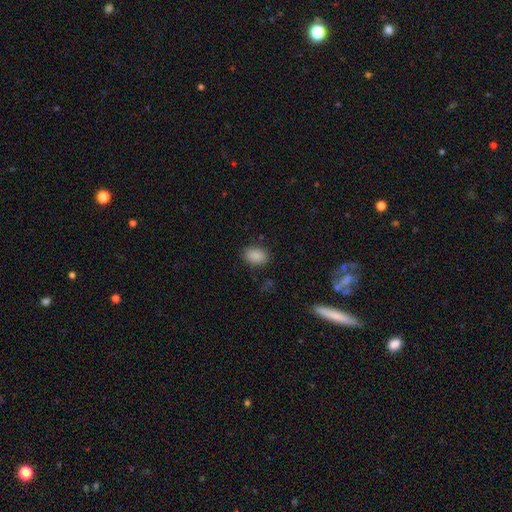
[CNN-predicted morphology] Smooth or featured? Predicted: smooth (p=0.88). How rounded? Predicted: in between (p=0.78). Merging? Predicted: none (p=0.84).